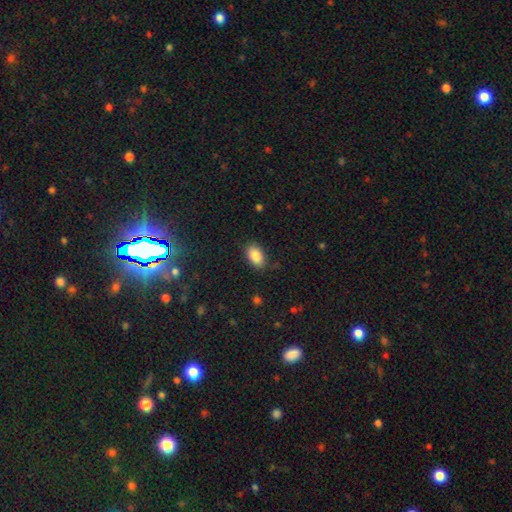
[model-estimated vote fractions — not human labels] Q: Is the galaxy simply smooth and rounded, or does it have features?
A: smooth — 87%.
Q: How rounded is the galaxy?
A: in between — 92%.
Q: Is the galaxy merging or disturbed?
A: none — 84%.